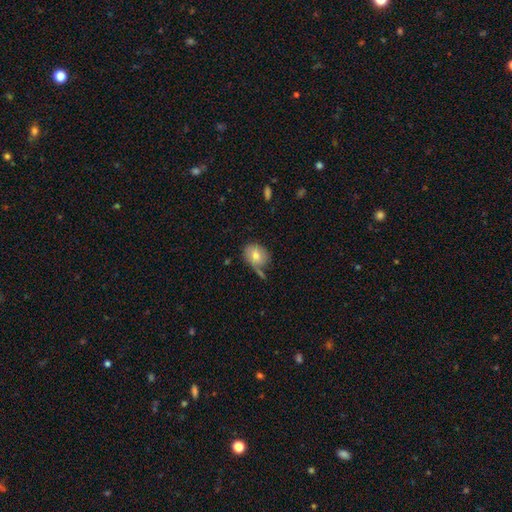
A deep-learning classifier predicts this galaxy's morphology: Smooth or featured? smooth (76%)
How rounded? in between (52%)
Merging? none (56%)